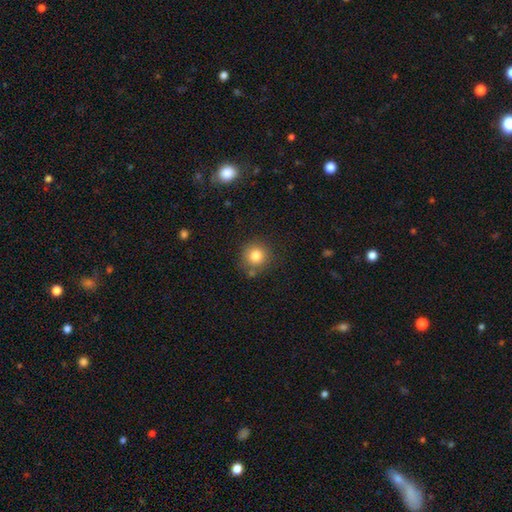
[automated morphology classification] smooth 81%, star or artifact 11%, featured or disk 8%. Down the decision tree: how rounded — round (92%); merging — none (80%).